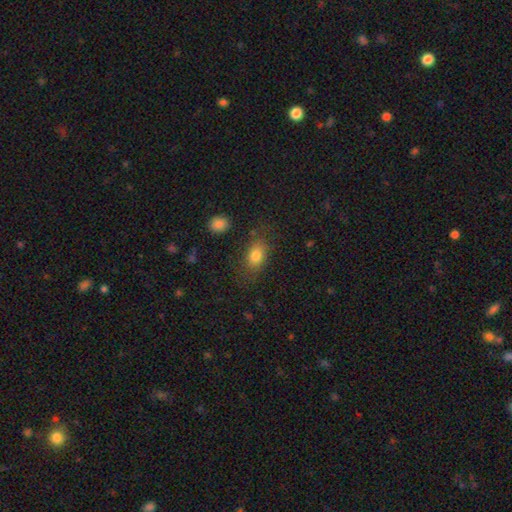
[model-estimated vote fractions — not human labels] A smooth galaxy with no disk features (79%) that is in between round and cigar-shaped (80%). Merging: none (71%).